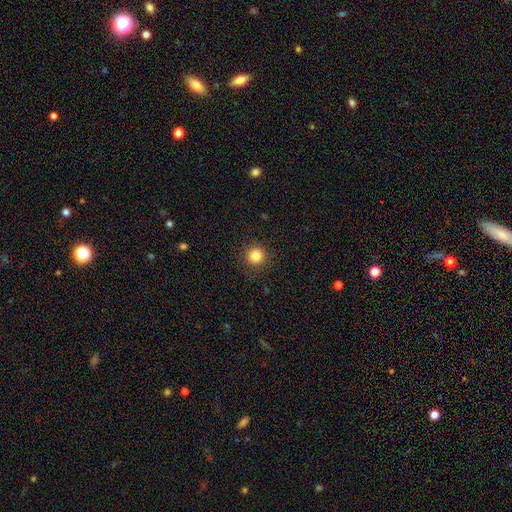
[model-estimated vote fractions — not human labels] Smooth or featured? smooth (84%)
How rounded? round (95%)
Merging? none (90%)